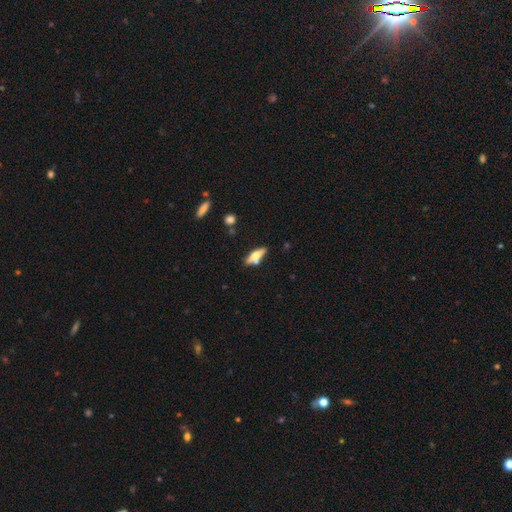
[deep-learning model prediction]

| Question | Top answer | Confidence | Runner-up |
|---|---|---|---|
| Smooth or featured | featured or disk | 49% | smooth (44%) |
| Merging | none | 68% | minor disturbance (15%) |